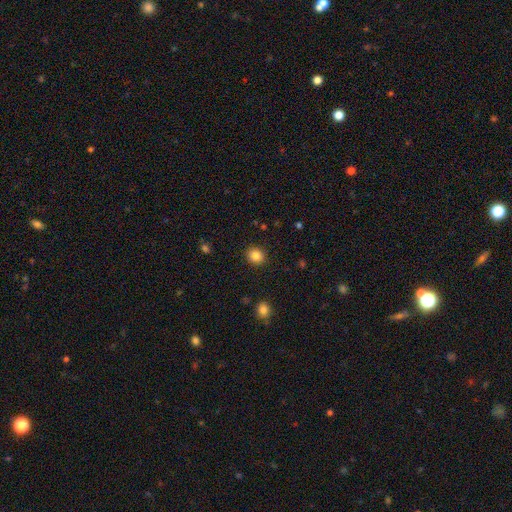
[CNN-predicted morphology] Smooth or featured? Predicted: smooth (p=0.86). How rounded? Predicted: round (p=0.78). Merging? Predicted: none (p=0.91).